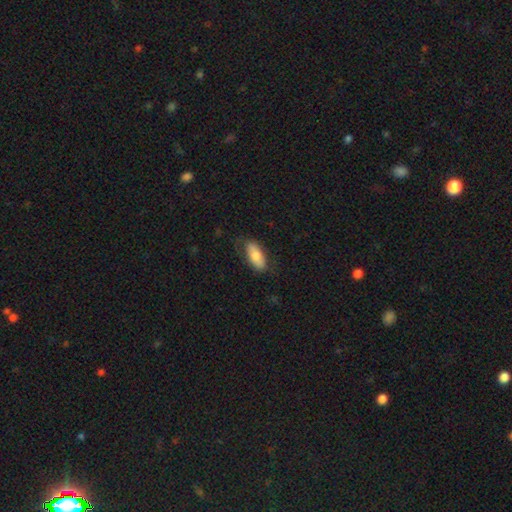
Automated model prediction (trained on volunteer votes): Smooth or featured? smooth (74%)
How rounded? in between (82%)
Merging? none (73%)